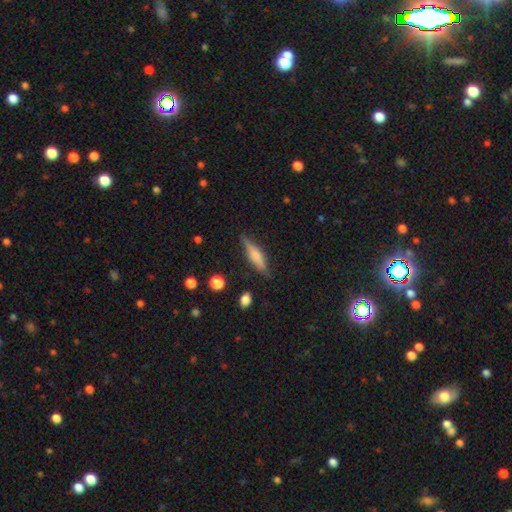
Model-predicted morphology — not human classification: Smooth or featured?
  - smooth: 48% *
  - featured or disk: 45%
  - star or artifact: 7%
Merging?
  - none: 81% *
  - minor disturbance: 14%
  - major disturbance: 3%
  - merger: 2%